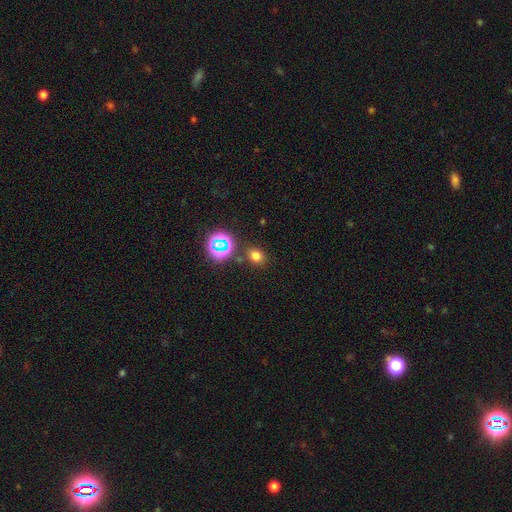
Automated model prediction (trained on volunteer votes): Smooth or featured?
  - smooth: 70% *
  - star or artifact: 23%
  - featured or disk: 7%
How rounded?
  - round: 58% *
  - in between: 41%
  - cigar-shaped: 1%
Merging?
  - none: 83% *
  - minor disturbance: 9%
  - merger: 5%
  - major disturbance: 3%